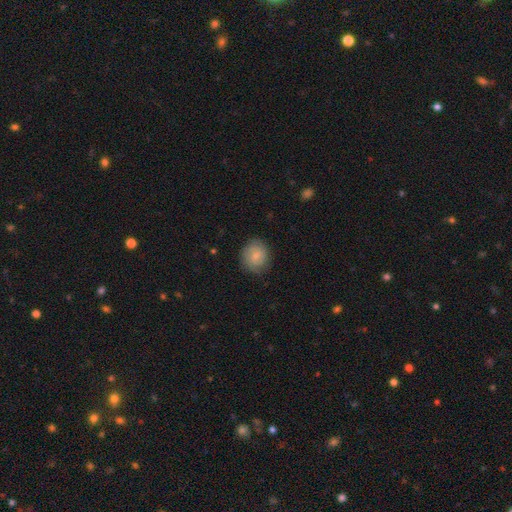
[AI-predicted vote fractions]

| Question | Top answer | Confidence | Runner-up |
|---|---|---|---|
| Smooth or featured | smooth | 65% | featured or disk (27%) |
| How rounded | round | 71% | in between (28%) |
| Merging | none | 80% | minor disturbance (15%) |